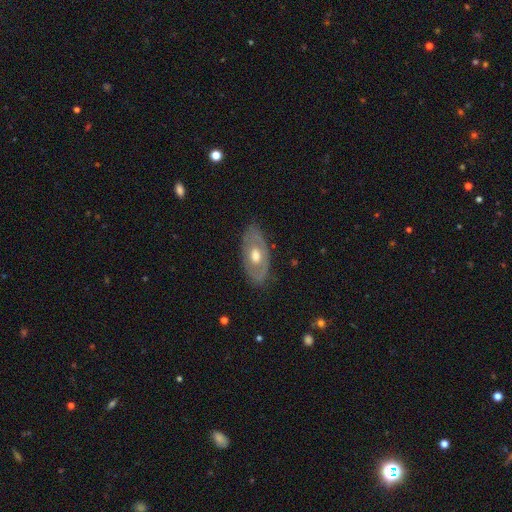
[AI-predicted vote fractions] featured or disk 57%, smooth 37%, star or artifact 5%. Down the decision tree: edge-on disk — no (85%); merging — none (78%).